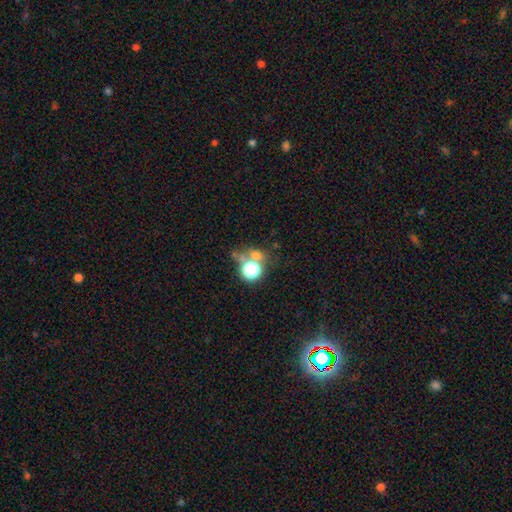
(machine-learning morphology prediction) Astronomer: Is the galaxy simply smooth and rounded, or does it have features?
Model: smooth — 56% (runner-up: star or artifact, 32%).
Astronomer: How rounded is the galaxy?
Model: round — 77%.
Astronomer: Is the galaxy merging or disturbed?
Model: none — 53%.